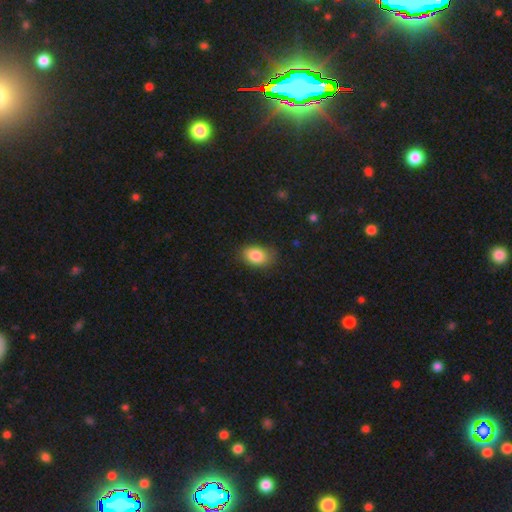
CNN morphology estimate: The model was most divided on "merging": none: 73%, minor disturbance: 21%, major disturbance: 4%, merger: 1%. More confident: how rounded — in between (87%); smooth or featured — smooth (85%).